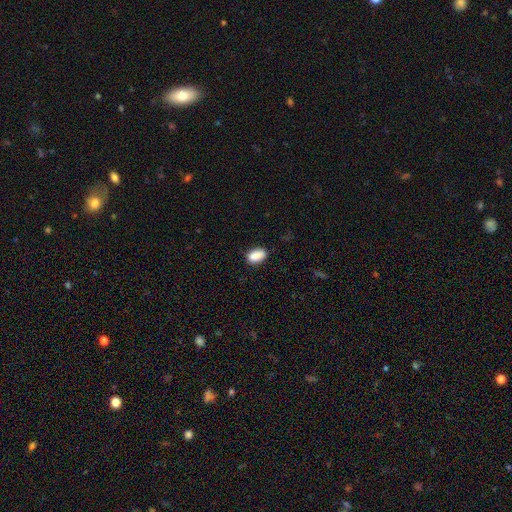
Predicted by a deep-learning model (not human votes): Morphology: type=smooth (88%); roundness=in between (90%); merging=none (78%).